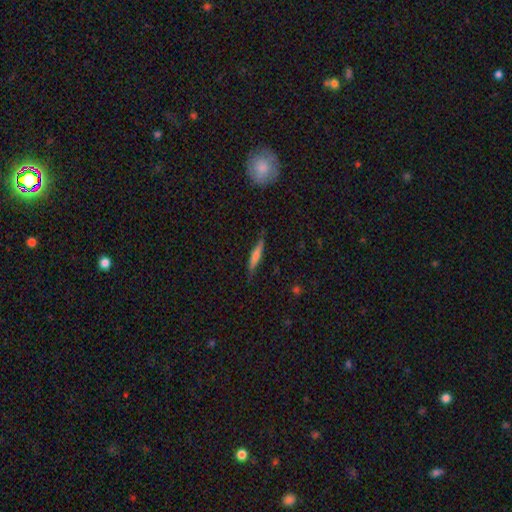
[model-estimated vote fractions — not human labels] smooth-or-featured: smooth: 49% | featured or disk: 45% | star or artifact: 7%
  merging: none: 83% | minor disturbance: 13% | major disturbance: 2% | merger: 2%